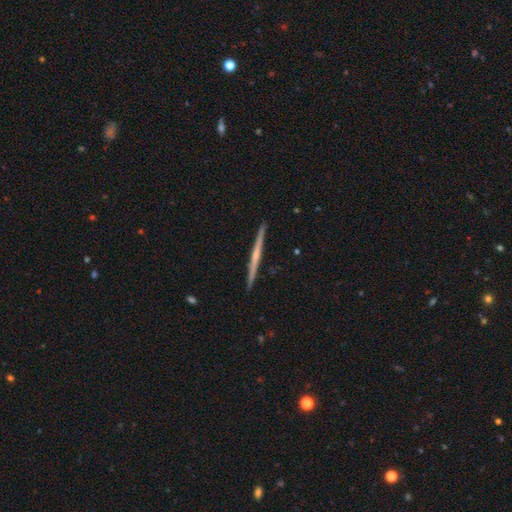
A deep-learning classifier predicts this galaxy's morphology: Smooth or featured?
  - featured or disk: 66% *
  - smooth: 28%
  - star or artifact: 5%
Edge-on disk?
  - yes: 98% *
  - no: 2%
Edge-on bulge?
  - none: 65% *
  - rounded: 28%
  - boxy: 7%
Merging?
  - none: 92% *
  - minor disturbance: 6%
  - major disturbance: 1%
  - merger: 1%